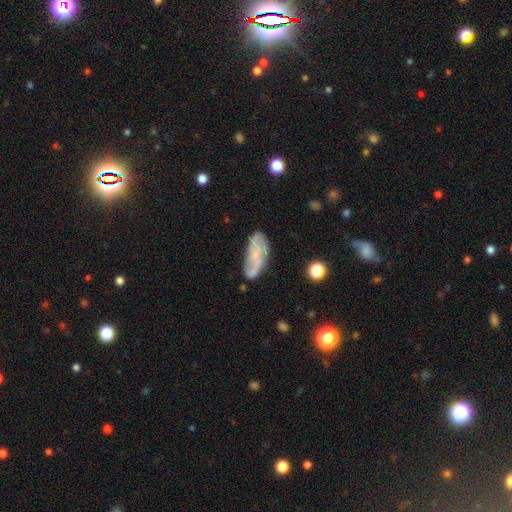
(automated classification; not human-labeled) featured or disk 53%, smooth 39%, star or artifact 8%. Down the decision tree: edge-on disk — no (91%); merging — none (62%).